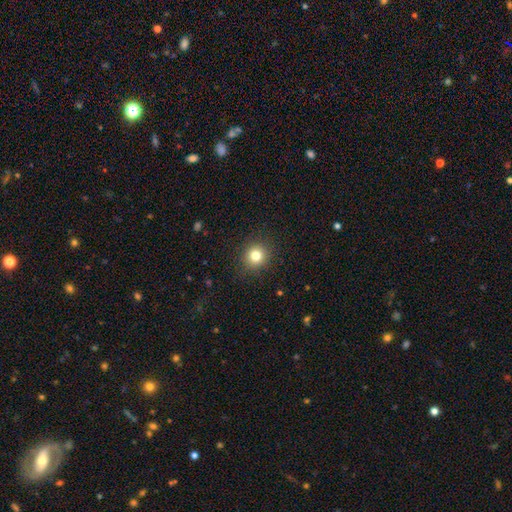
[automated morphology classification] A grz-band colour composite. It shows a smooth galaxy with no disk features (80%) that is round (91%). Merging: none (90%).